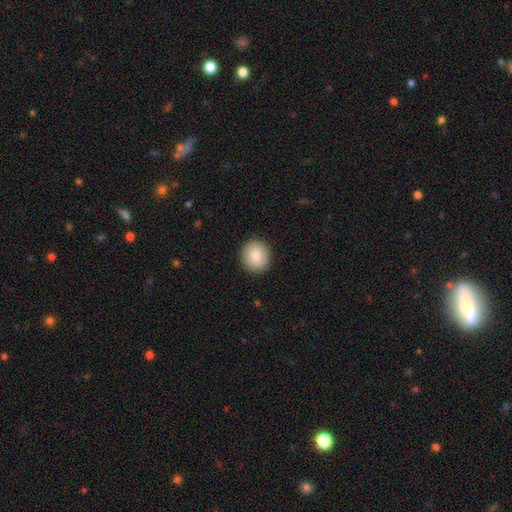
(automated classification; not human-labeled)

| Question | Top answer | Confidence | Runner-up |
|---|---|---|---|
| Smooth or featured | smooth | 86% | featured or disk (7%) |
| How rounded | round | 81% | in between (18%) |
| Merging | none | 91% | minor disturbance (6%) |